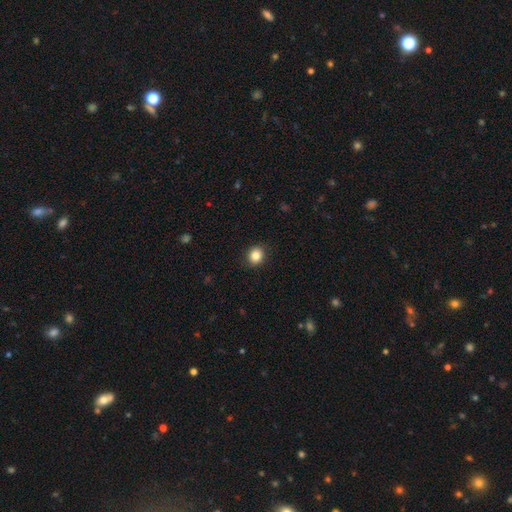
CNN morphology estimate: smooth-or-featured: smooth: 85% | star or artifact: 10% | featured or disk: 5%
  how-rounded: round: 75% | in between: 24% | cigar-shaped: 1%
  merging: none: 89% | minor disturbance: 8% | major disturbance: 2% | merger: 1%